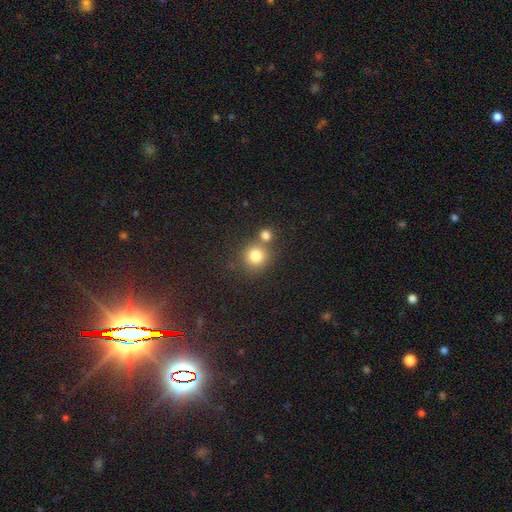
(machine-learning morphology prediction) The model was most divided on "merging": none: 62%, merger: 27%, minor disturbance: 8%, major disturbance: 3%. More confident: how rounded — round (91%); smooth or featured — smooth (80%).